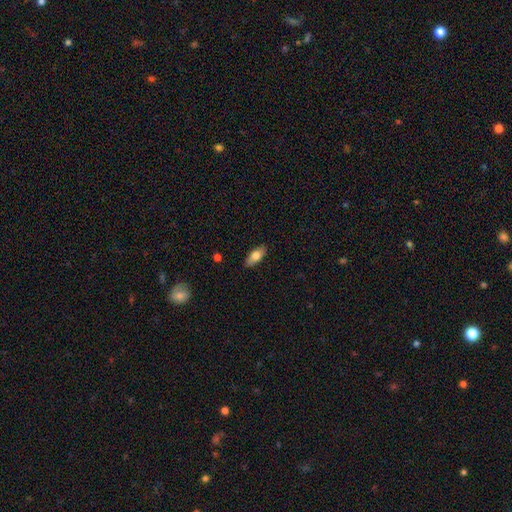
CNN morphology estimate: Overall: smooth (76%). How rounded: in between (81%). Merging: none (87%).